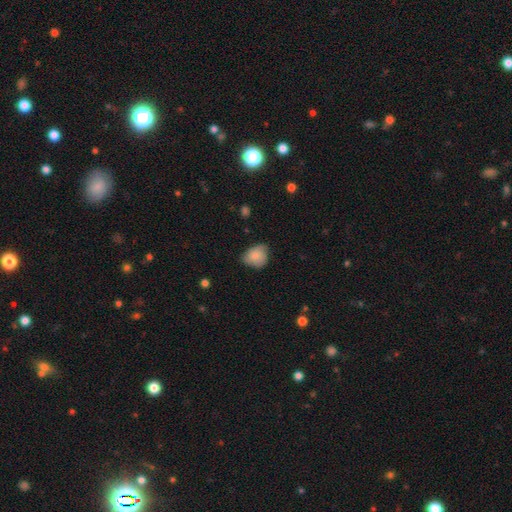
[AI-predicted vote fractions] Morphology: type=smooth (78%); roundness=round (55%); merging=none (56%).